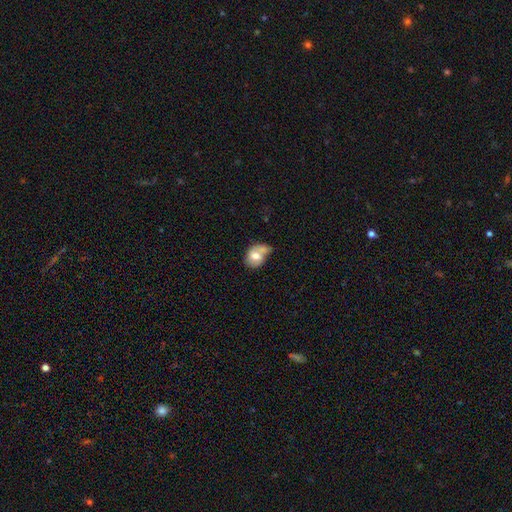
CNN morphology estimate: A smooth galaxy with no disk features (63%) that is in between round and cigar-shaped (60%). Merging: merger (30%).